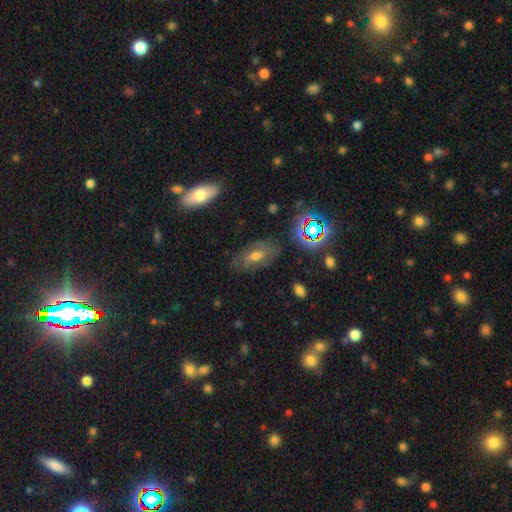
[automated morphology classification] type=featured or disk (41%); merging=none (77%).